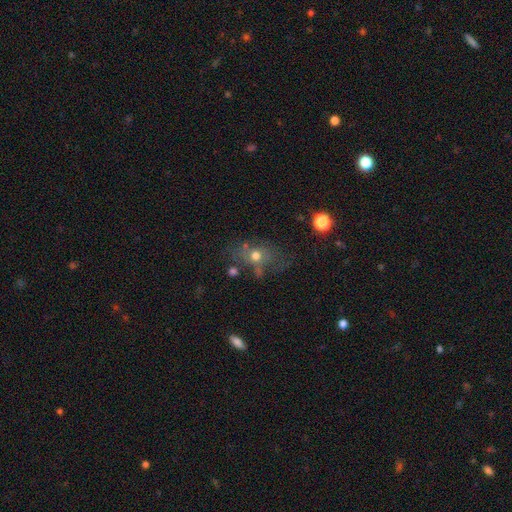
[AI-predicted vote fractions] smooth 53%, featured or disk 31%, star or artifact 16%. Down the decision tree: how rounded — in between (53%); merging — none (43%).